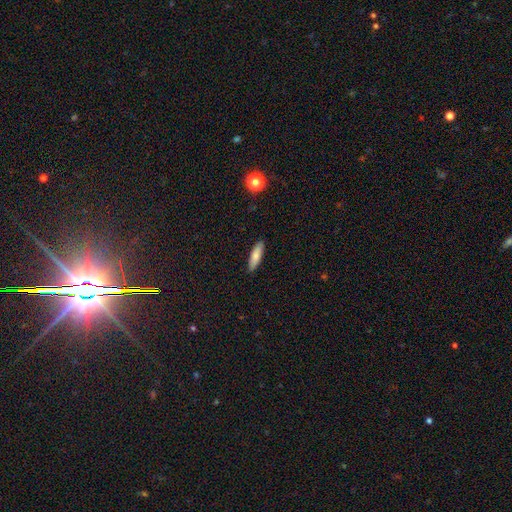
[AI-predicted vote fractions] Smooth or featured? Predicted: smooth (p=0.78). How rounded? Predicted: cigar-shaped (p=0.59). Merging? Predicted: none (p=0.89).